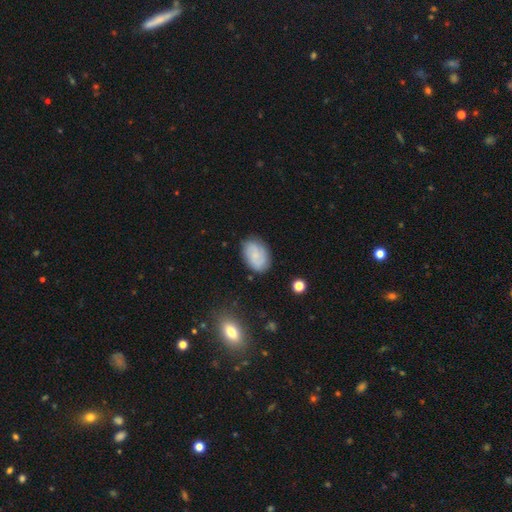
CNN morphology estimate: Q: Smooth or featured?
A: smooth (53%); runner-up: featured or disk (38%)
Q: How rounded?
A: in between (84%); runner-up: round (14%)
Q: Merging?
A: none (80%); runner-up: minor disturbance (14%)